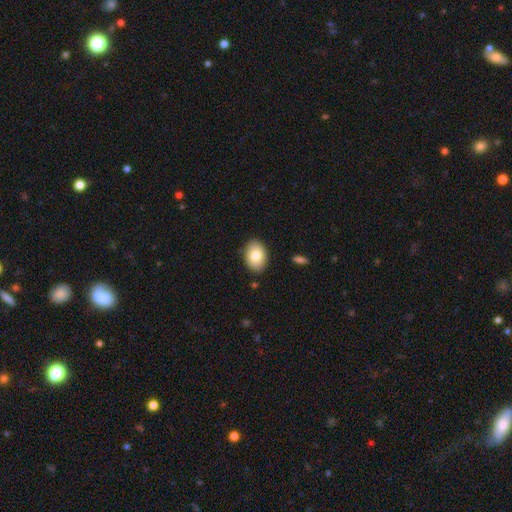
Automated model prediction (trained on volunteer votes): A smooth galaxy with no disk features (82%) that is in between round and cigar-shaped (84%).

Vote fractions:
- Smooth or featured? smooth: 82% / featured or disk: 11% / star or artifact: 7%
- How rounded? in between: 84% / round: 15% / cigar-shaped: 1%
- Merging? none: 87% / minor disturbance: 9% / major disturbance: 2% / merger: 1%